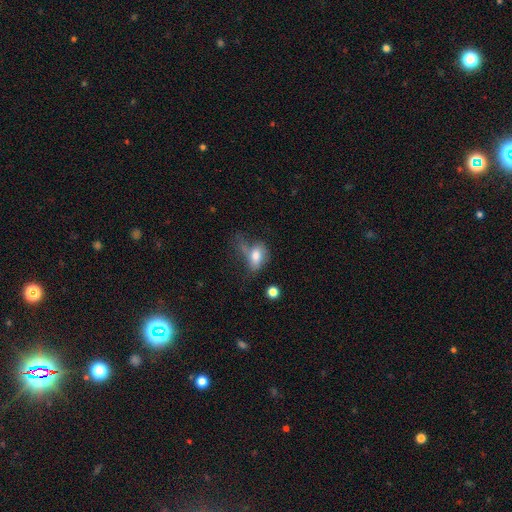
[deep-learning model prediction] This appears to be a smooth galaxy with no disk features (68%) that is in between round and cigar-shaped (82%). Merging: major disturbance (43%).